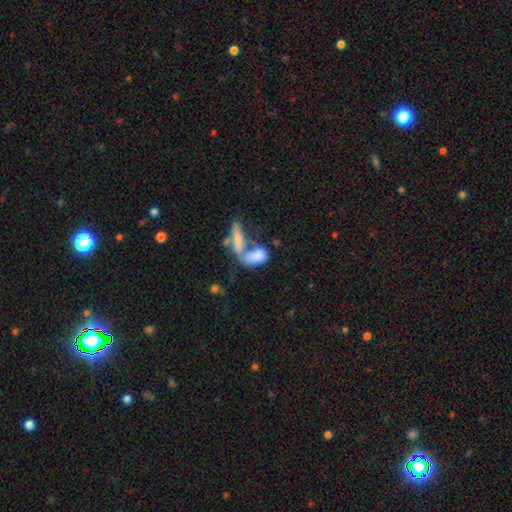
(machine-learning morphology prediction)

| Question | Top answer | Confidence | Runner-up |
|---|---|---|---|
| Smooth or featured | smooth | 70% | featured or disk (22%) |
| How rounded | in between | 81% | cigar-shaped (13%) |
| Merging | merger | 64% | none (18%) |